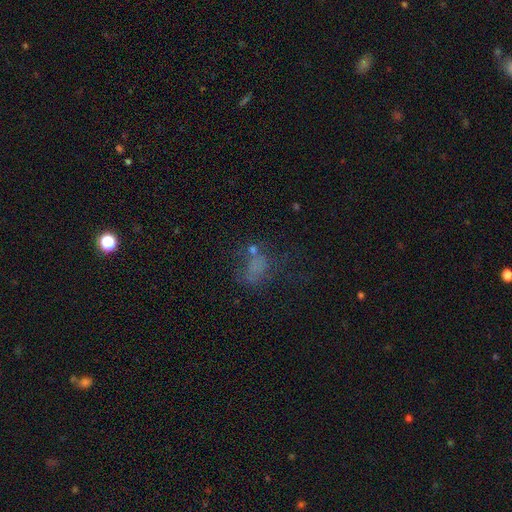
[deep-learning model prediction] smooth 44%, featured or disk 30%, star or artifact 26%. Down the decision tree: merging — none (40%).